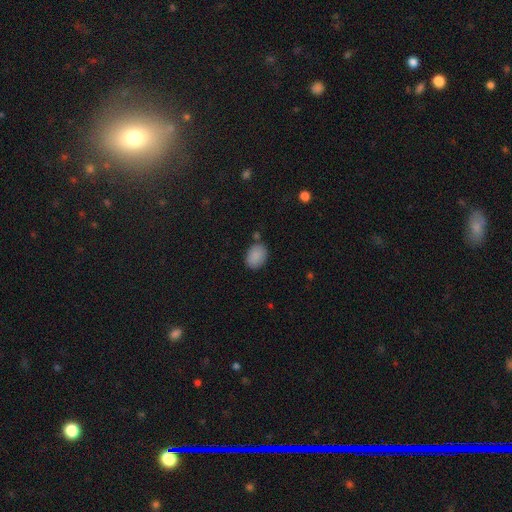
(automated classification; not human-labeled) smooth_or_featured: smooth (p=0.88) [alt: star or artifact p=0.08]
how_rounded: in between (p=0.77) [alt: round p=0.22]
merging: none (p=0.76) [alt: minor disturbance p=0.15]